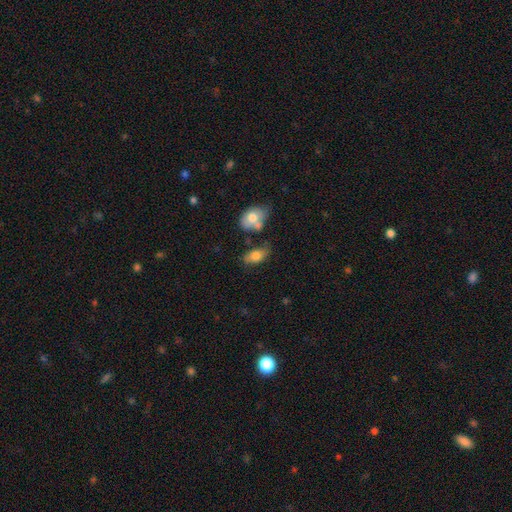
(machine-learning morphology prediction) smooth 75%, featured or disk 17%, star or artifact 8%. Down the decision tree: how rounded — in between (89%); merging — none (55%).